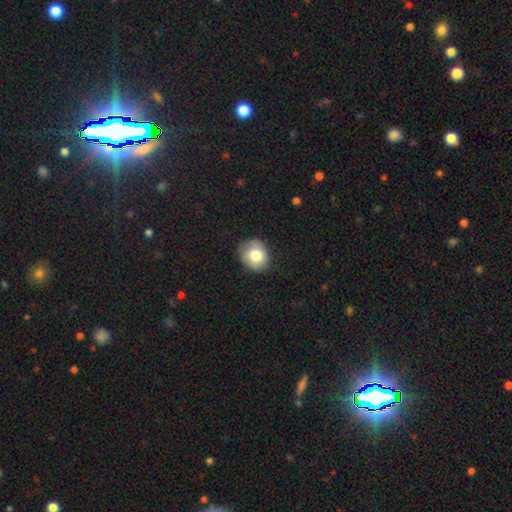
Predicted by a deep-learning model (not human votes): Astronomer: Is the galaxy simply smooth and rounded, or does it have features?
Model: smooth — 81%.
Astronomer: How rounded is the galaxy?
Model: round — 71%.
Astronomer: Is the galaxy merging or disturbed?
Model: none — 80%.